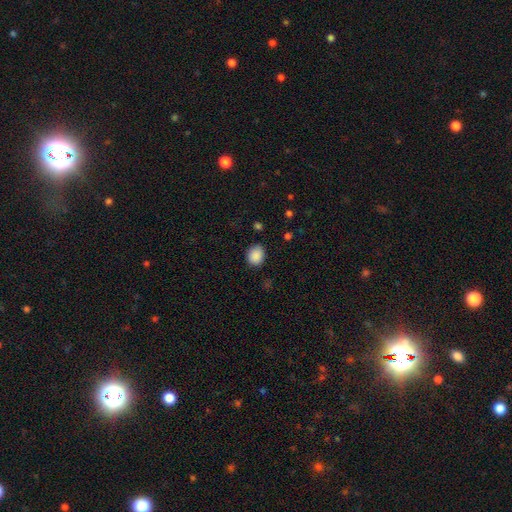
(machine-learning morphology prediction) Smooth or featured: smooth — 88% (star or artifact — 9%)
How rounded: round — 57% (in between — 42%)
Merging: none — 81% (minor disturbance — 14%)